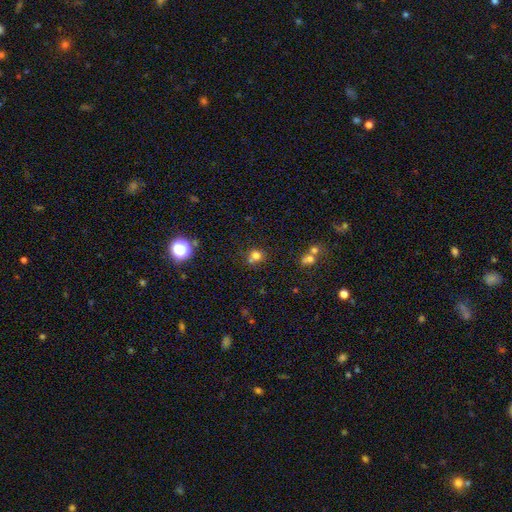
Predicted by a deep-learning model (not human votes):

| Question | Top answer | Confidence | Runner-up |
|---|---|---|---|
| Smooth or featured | smooth | 73% | star or artifact (18%) |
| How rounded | round | 84% | in between (15%) |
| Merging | none | 56% | merger (29%) |